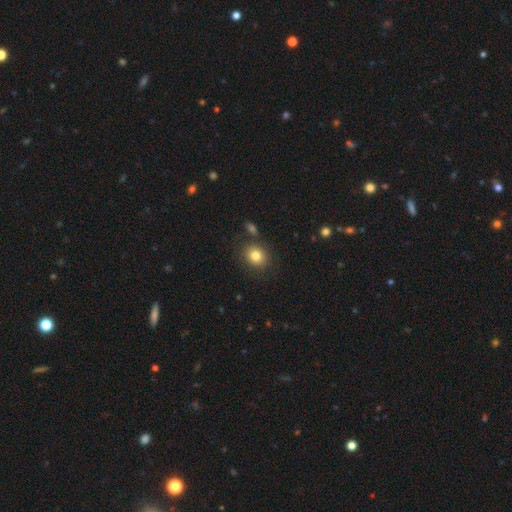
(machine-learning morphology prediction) type=smooth (81%); roundness=round (66%); merging=none (80%).